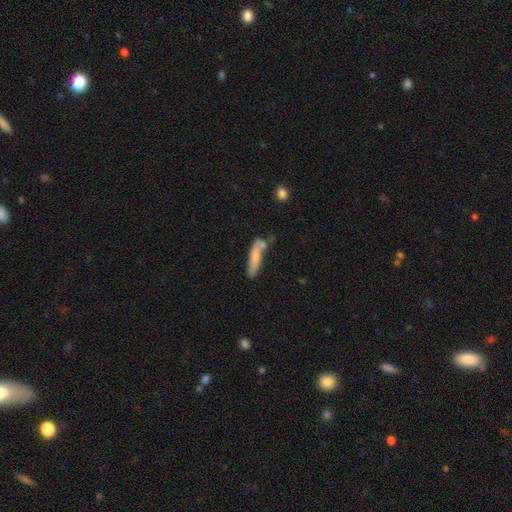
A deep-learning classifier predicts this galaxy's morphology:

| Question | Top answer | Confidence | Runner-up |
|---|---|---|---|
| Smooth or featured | smooth | 71% | featured or disk (22%) |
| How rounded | cigar-shaped | 77% | in between (21%) |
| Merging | none | 51% | minor disturbance (21%) |